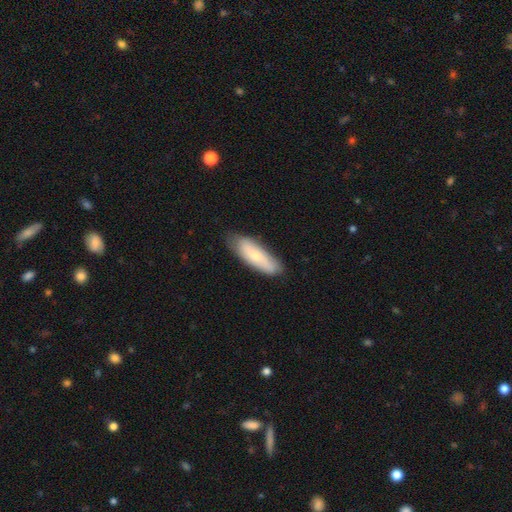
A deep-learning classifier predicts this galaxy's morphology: smooth 67%, featured or disk 27%, star or artifact 6%. Down the decision tree: how rounded — in between (58%); merging — none (74%).